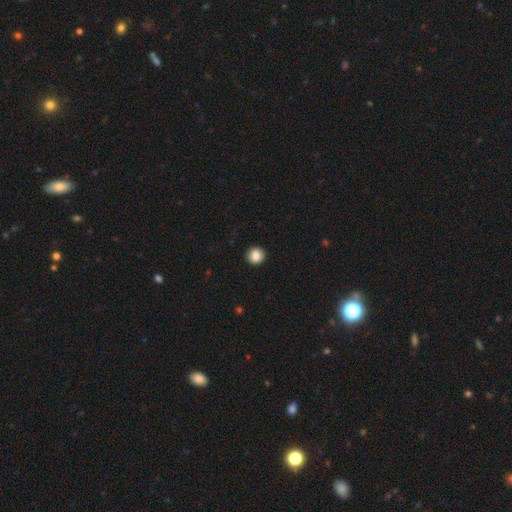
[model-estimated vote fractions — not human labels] Overall: smooth (87%). How rounded: round (91%). Merging: none (92%).